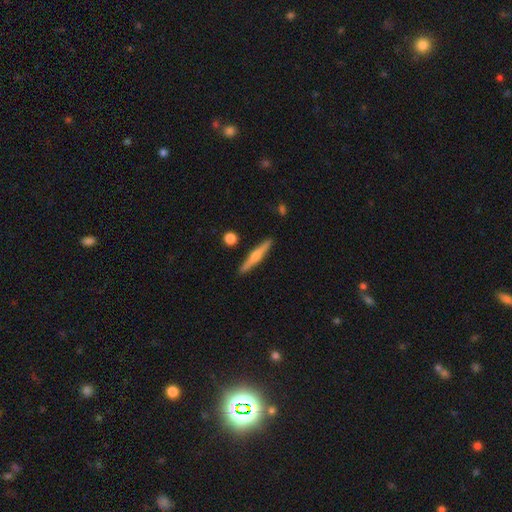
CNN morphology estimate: Overall: featured or disk (55%; smooth 40%). Edge-on disk: yes (97%). Edge-on bulge: rounded (83%). Merging: none (90%).